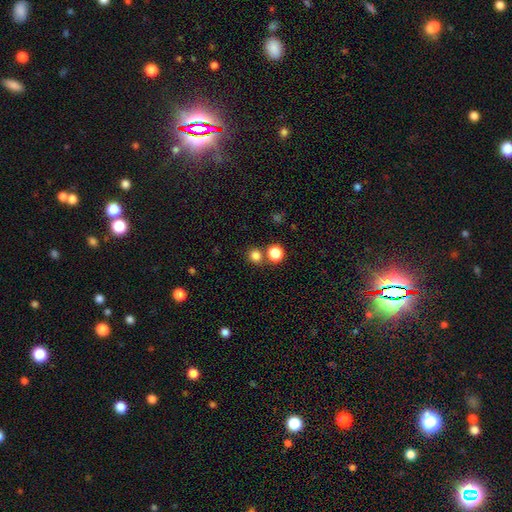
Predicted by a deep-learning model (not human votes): Smooth or featured? Predicted: smooth (p=0.81). How rounded? Predicted: round (p=0.89). Merging? Predicted: none (p=0.73).